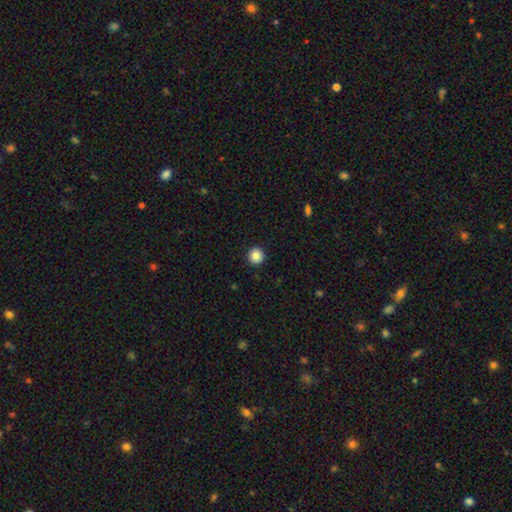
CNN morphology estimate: smooth-or-featured: smooth: 84% | star or artifact: 9% | featured or disk: 7%
  how-rounded: round: 96% | in between: 3% | cigar-shaped: 1%
  merging: none: 93% | minor disturbance: 4% | major disturbance: 1% | merger: 1%